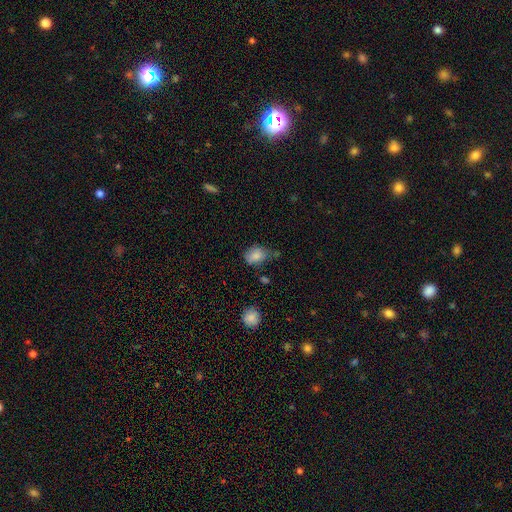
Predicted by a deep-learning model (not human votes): Morphology: type=smooth (83%); roundness=in between (65%); merging=none (53%).